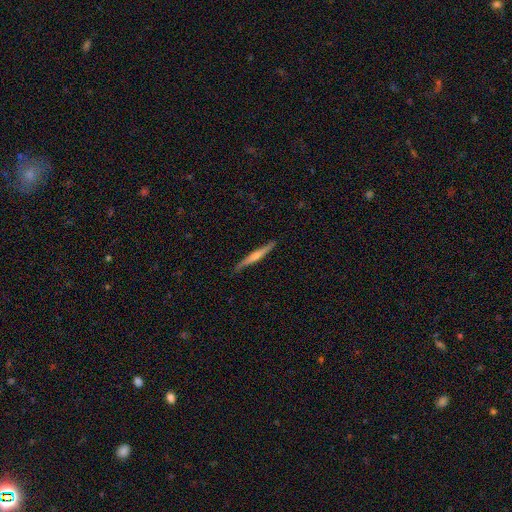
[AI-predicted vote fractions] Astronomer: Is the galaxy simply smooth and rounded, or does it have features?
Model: featured or disk — 68%.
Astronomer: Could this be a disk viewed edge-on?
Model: yes — 97%.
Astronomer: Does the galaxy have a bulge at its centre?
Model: rounded — 70%.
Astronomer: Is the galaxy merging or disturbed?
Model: none — 90%.